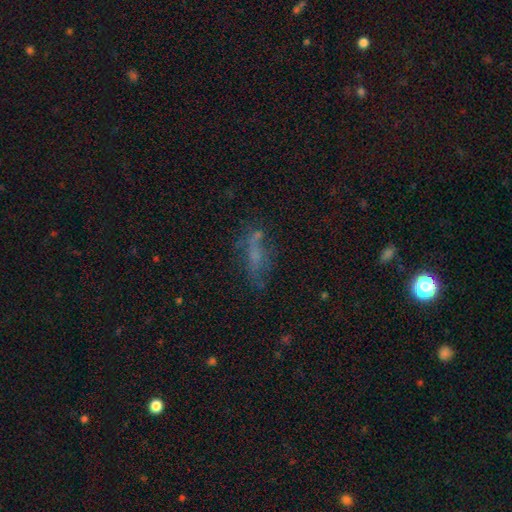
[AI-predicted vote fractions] This is marginally a smooth galaxy (43%). Merging: possibly none (52%).